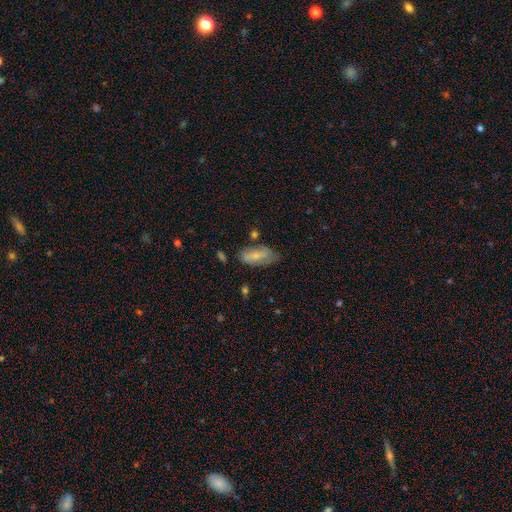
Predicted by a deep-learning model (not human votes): Smooth or featured?
  - smooth: 67% *
  - featured or disk: 26%
  - star or artifact: 7%
How rounded?
  - in between: 85% *
  - cigar-shaped: 13%
  - round: 3%
Merging?
  - none: 59% *
  - minor disturbance: 28%
  - major disturbance: 8%
  - merger: 5%